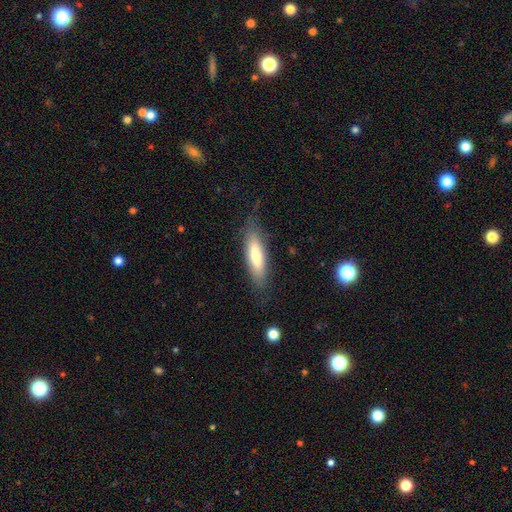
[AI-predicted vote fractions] Smooth or featured? smooth (71%)
How rounded? cigar-shaped (60%)
Merging? none (77%)